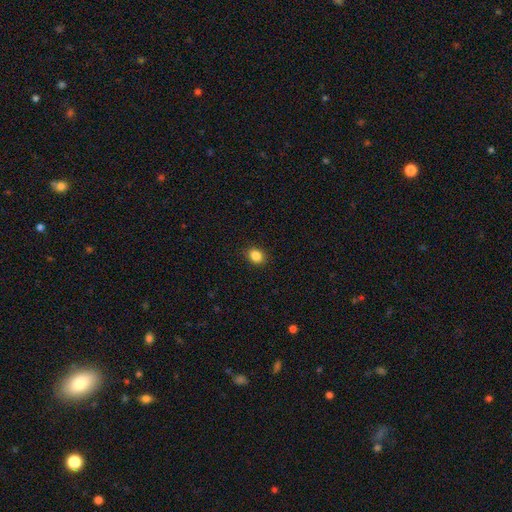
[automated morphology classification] Overall: smooth (86%). How rounded: round (51%; in between 48%). Merging: none (88%).